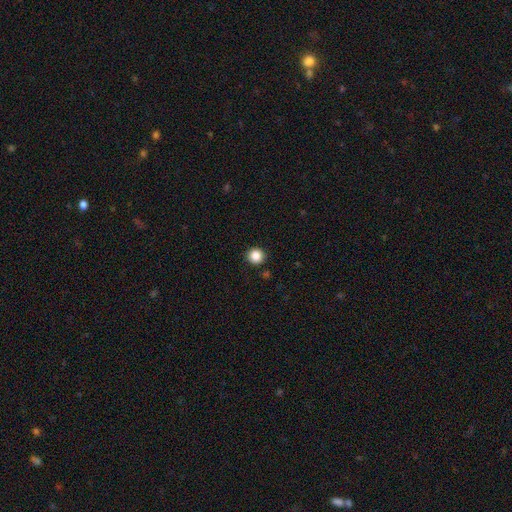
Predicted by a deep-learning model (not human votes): Smooth or featured? smooth (86%)
How rounded? round (92%)
Merging? none (91%)